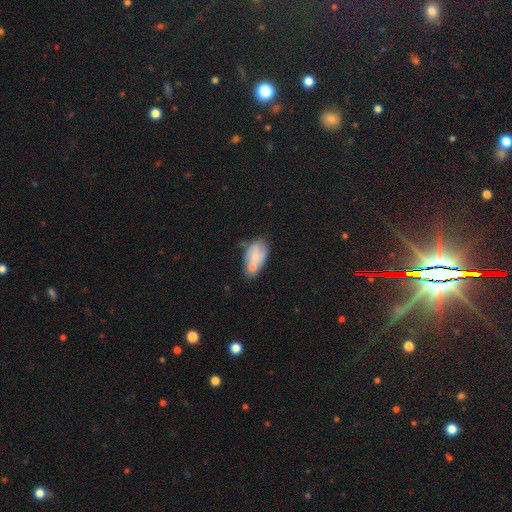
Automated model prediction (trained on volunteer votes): Smooth or featured?
  - smooth: 60% *
  - featured or disk: 33%
  - star or artifact: 8%
How rounded?
  - in between: 90% *
  - round: 7%
  - cigar-shaped: 3%
Merging?
  - none: 36% *
  - merger: 32%
  - minor disturbance: 22%
  - major disturbance: 10%